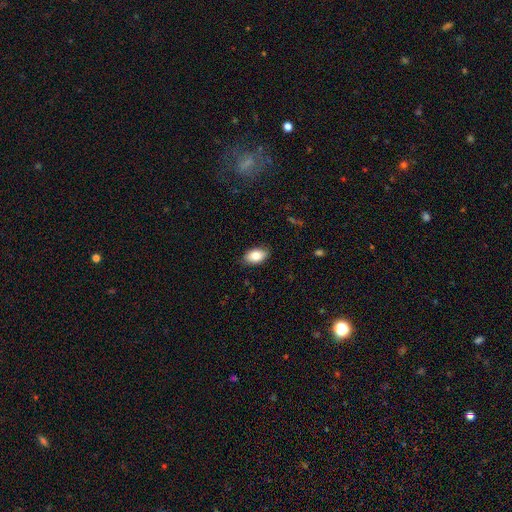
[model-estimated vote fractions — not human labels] Overall: smooth (84%). How rounded: in between (92%). Merging: none (85%).